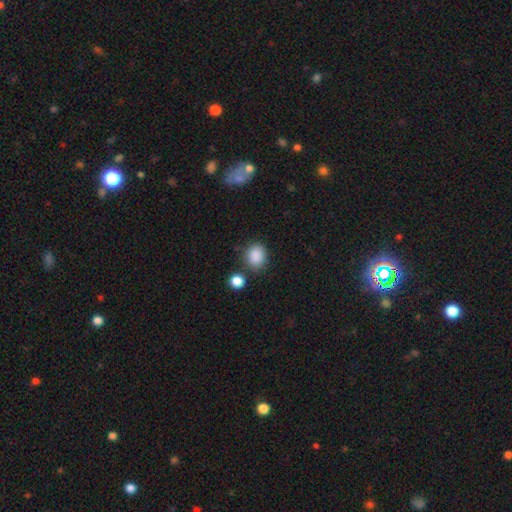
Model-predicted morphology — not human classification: A smooth galaxy with no disk features (87%) that is round (62%). Merging: none (76%).